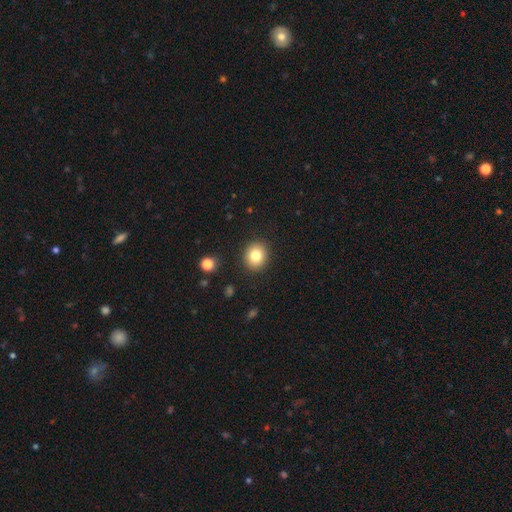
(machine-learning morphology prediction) A smooth galaxy with no disk features (80%) that is round (75%). Merging: none (90%).